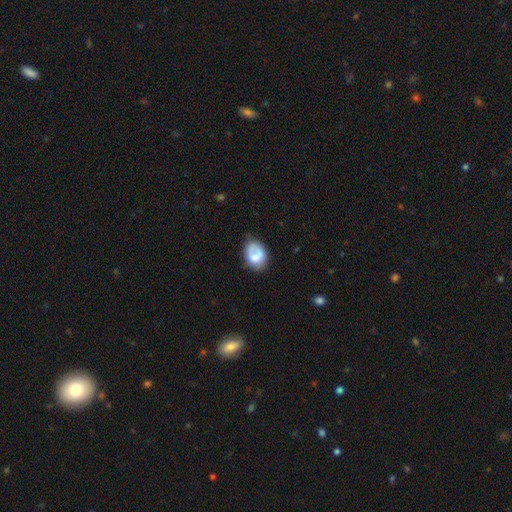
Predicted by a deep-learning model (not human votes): Overall: smooth (67%). How rounded: in between (72%). Merging: none (53%; minor disturbance 29%).